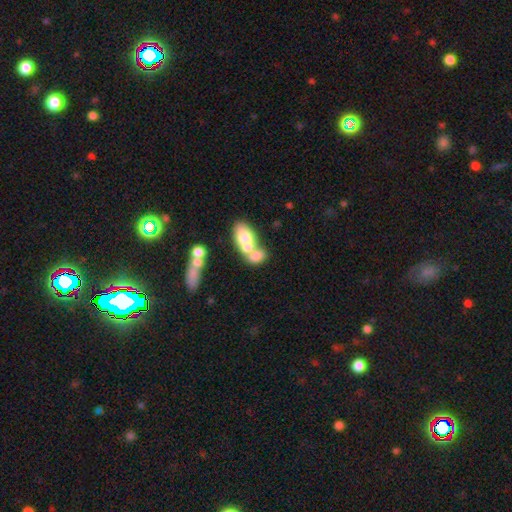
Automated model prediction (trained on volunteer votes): Smooth or featured?
  - smooth: 63% *
  - featured or disk: 28%
  - star or artifact: 10%
How rounded?
  - in between: 78% *
  - round: 18%
  - cigar-shaped: 4%
Merging?
  - merger: 67% *
  - none: 19%
  - minor disturbance: 8%
  - major disturbance: 6%